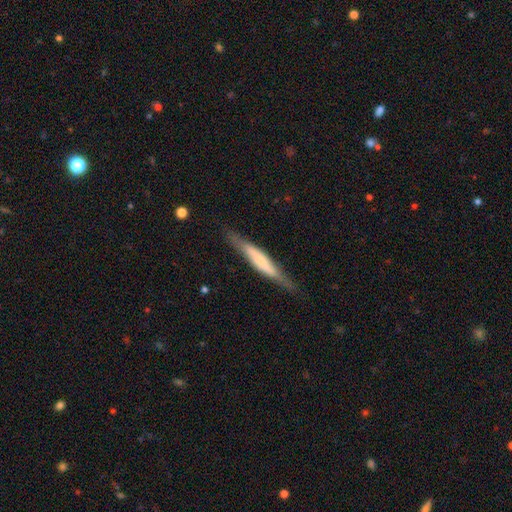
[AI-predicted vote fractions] A featured or disk galaxy (59%) viewed edge-on (91%) with a rounded central bulge (41%).

Vote fractions:
- Smooth or featured? featured or disk: 59% / smooth: 34% / star or artifact: 7%
- Edge-on disk? yes: 91% / no: 9%
- Edge-on bulge? rounded: 41% / none: 36% / boxy: 23%
- Merging? none: 84% / minor disturbance: 12% / major disturbance: 3% / merger: 1%